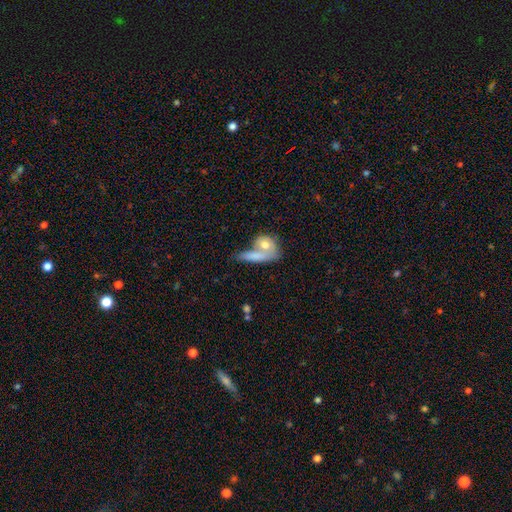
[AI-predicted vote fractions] Overall: smooth (73%). How rounded: in between (53%; round 24%). Merging: merger (54%; none 28%).